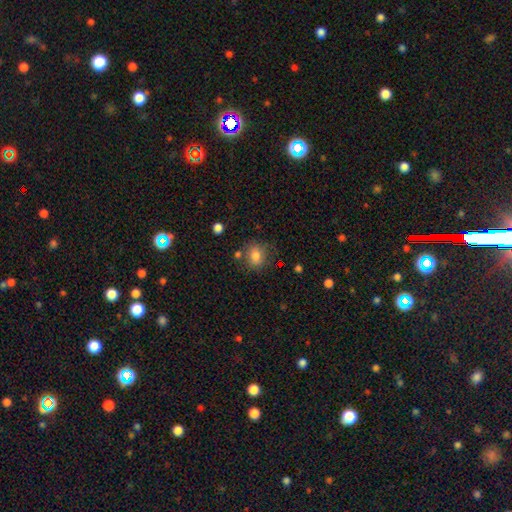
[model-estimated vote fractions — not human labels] The model was most divided on "how rounded": round: 54%, in between: 45%, cigar-shaped: 1%. More confident: smooth or featured — smooth (80%); merging — none (71%).